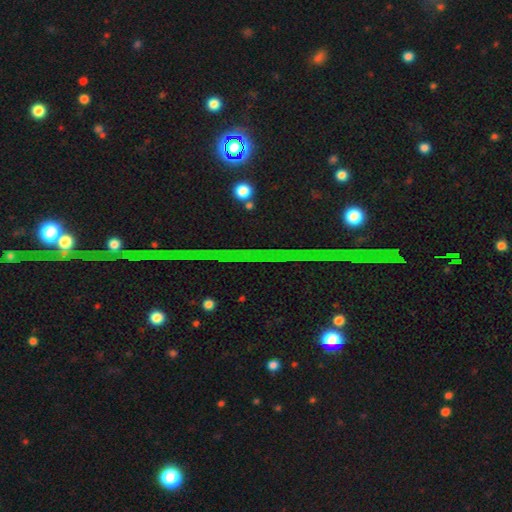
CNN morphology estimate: The model was most divided on "smooth or featured": star or artifact: 79%, featured or disk: 12%, smooth: 9%.